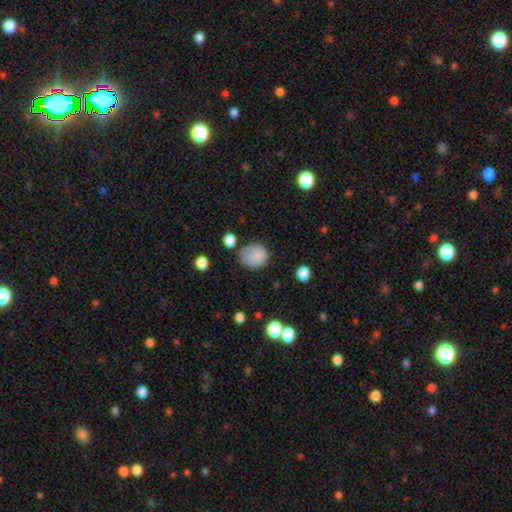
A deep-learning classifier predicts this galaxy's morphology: Q: Smooth or featured?
A: smooth (85%); runner-up: star or artifact (9%)
Q: How rounded?
A: round (78%); runner-up: in between (21%)
Q: Merging?
A: none (69%); runner-up: minor disturbance (21%)